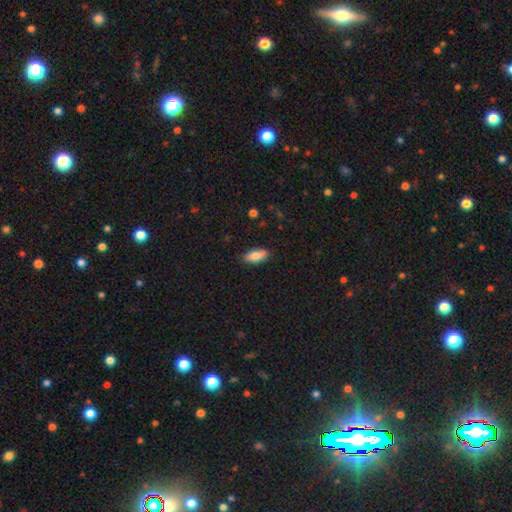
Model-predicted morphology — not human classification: Overall: smooth (81%). How rounded: in between (84%). Merging: none (81%).